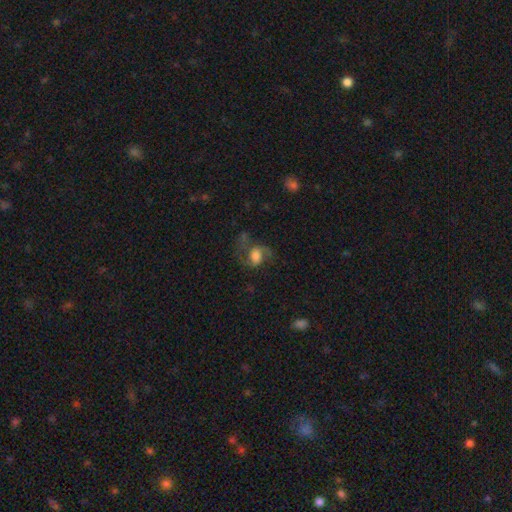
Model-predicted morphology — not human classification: Smooth or featured?
  - featured or disk: 57% *
  - smooth: 33%
  - star or artifact: 11%
Edge-on disk?
  - no: 97% *
  - yes: 3%
Bar?
  - no: 56% *
  - weak: 35%
  - strong: 9%
Spiral arms?
  - yes: 84% *
  - no: 16%
Bulge size?
  - large: 43% *
  - moderate: 28%
  - small: 11%
  - none: 10%
  - dominant: 8%
Merging?
  - none: 45% *
  - major disturbance: 31%
  - minor disturbance: 19%
  - merger: 5%